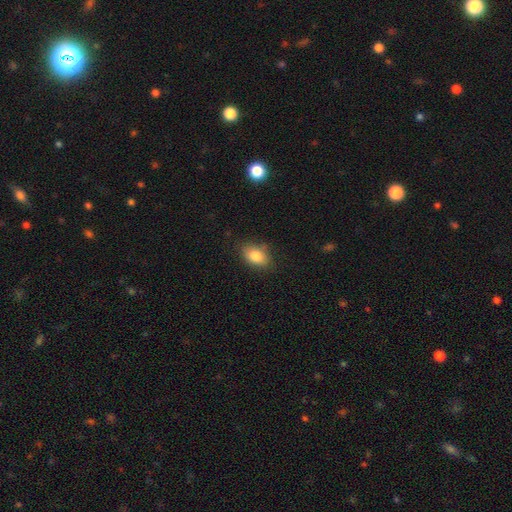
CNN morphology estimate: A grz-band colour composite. It shows a smooth galaxy with no disk features (83%) that is in between round and cigar-shaped (84%). Merging: none (80%).